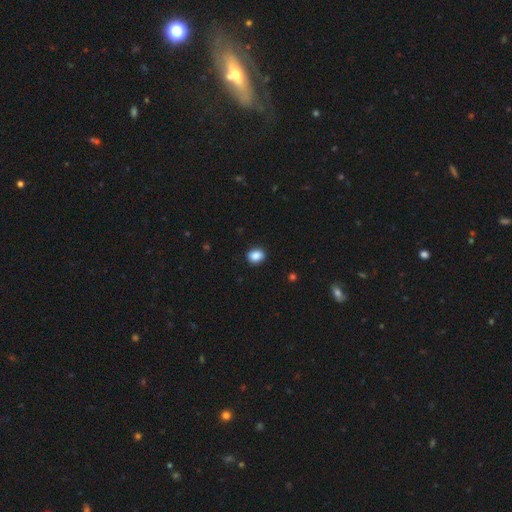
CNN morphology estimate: Q: Smooth or featured?
A: smooth (88%); runner-up: star or artifact (9%)
Q: How rounded?
A: in between (54%); runner-up: round (45%)
Q: Merging?
A: none (88%); runner-up: minor disturbance (9%)